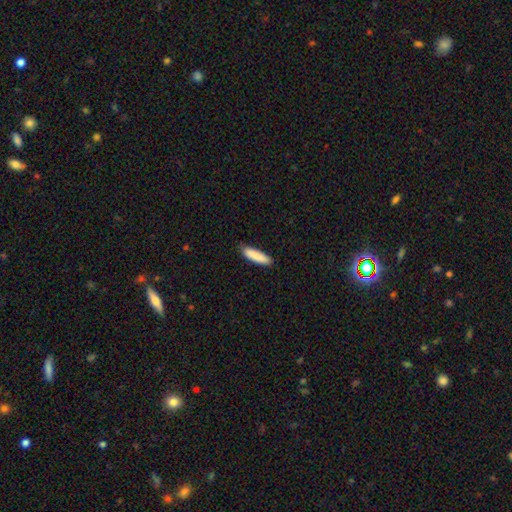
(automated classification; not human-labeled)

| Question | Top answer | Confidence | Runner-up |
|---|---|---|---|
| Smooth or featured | smooth | 88% | featured or disk (6%) |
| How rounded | cigar-shaped | 70% | in between (28%) |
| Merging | none | 82% | minor disturbance (14%) |